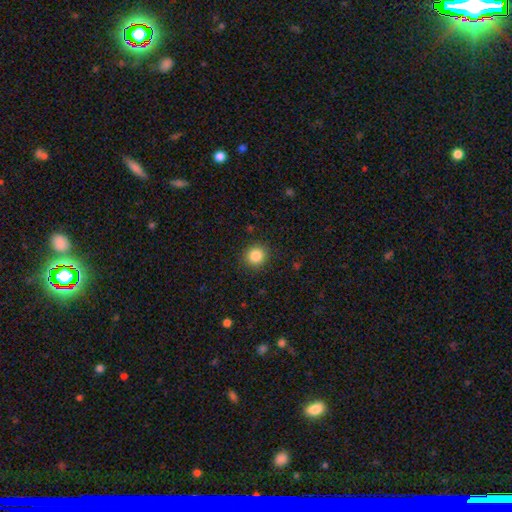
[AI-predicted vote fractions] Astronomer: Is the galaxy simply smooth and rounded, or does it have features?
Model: smooth — 85%.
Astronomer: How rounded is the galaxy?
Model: round — 91%.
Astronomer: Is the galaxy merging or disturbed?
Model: none — 90%.